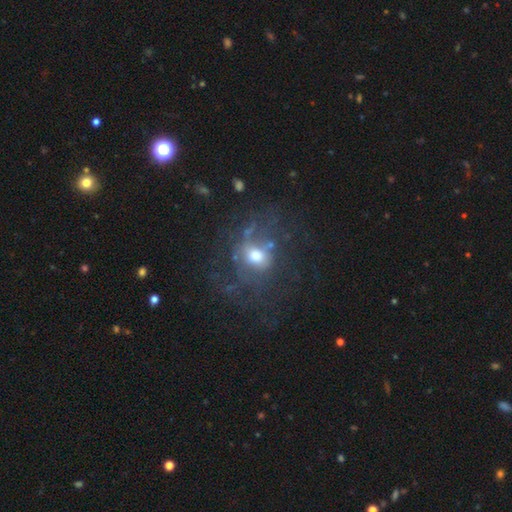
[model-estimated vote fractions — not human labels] This is marginally a smooth galaxy (43%). Merging: possibly none (53%).